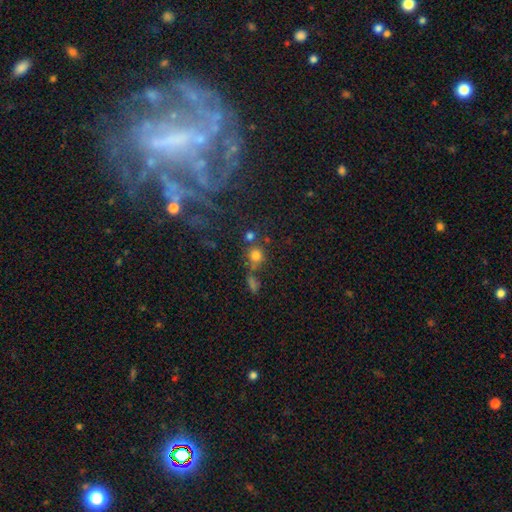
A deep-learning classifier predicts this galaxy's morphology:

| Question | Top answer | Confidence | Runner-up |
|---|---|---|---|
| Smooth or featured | smooth | 73% | star or artifact (18%) |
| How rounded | round | 87% | in between (11%) |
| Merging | none | 60% | merger (23%) |